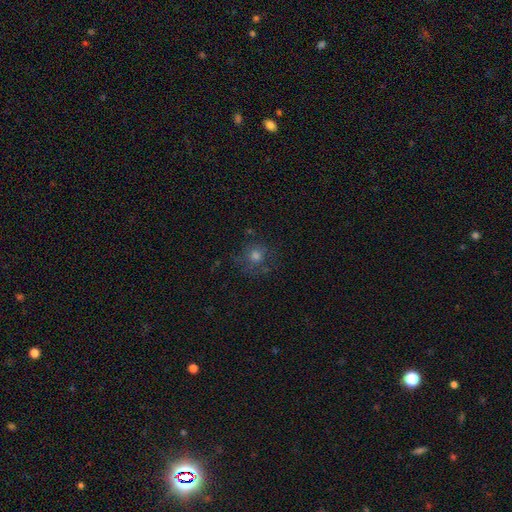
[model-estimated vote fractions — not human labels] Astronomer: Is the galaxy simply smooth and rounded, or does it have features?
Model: smooth — 57%.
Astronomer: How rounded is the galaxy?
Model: round — 89%.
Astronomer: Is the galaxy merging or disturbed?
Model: none — 72%.